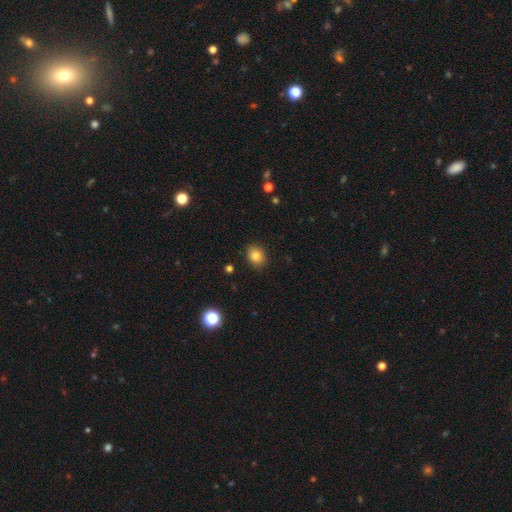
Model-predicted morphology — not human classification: type=smooth (82%); roundness=round (54%); merging=none (89%).